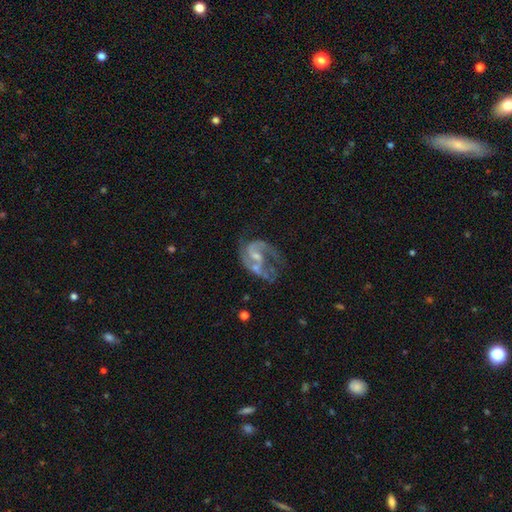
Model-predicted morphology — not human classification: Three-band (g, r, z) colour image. It shows a featured or disk galaxy (81%) with no bar (44%), 2 (61%) medium (47%) spiral arms (84%) and a small central bulge (55%). Merging: major disturbance (36%).